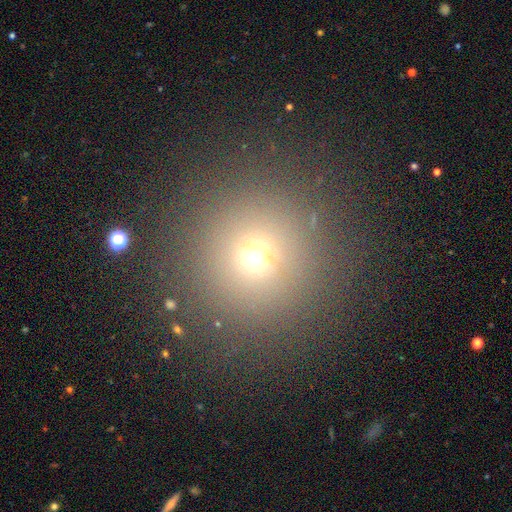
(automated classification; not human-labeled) This is likely a smooth galaxy (65%). How rounded: clearly round (96%). Merging: clearly none (88%).